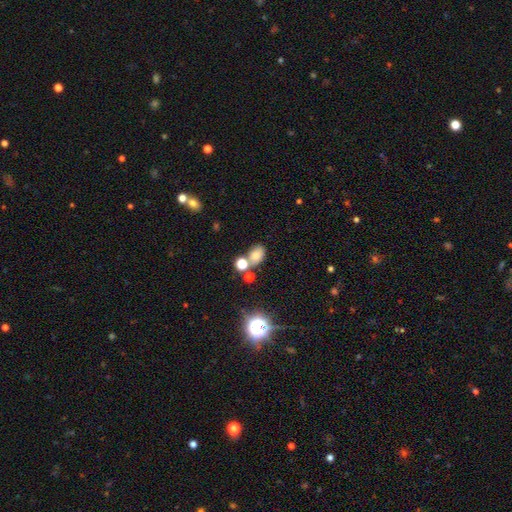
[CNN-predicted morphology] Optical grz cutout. It shows a smooth galaxy with no disk features (72%) that is in between round and cigar-shaped (76%). Merging: none (52%).